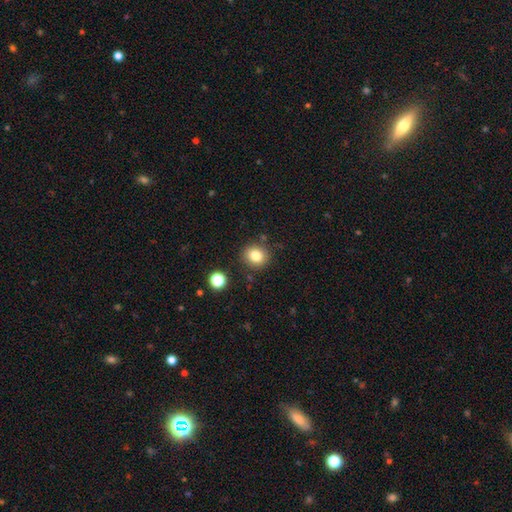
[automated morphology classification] type=smooth (81%); roundness=round (77%); merging=none (84%).